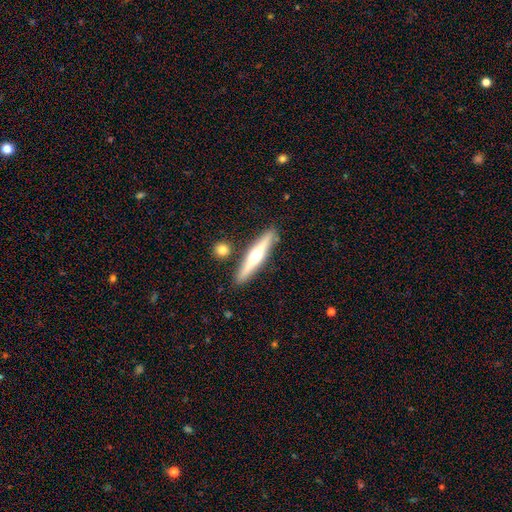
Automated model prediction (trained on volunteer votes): A featured or disk galaxy (62%) viewed edge-on (95%) with a rounded central bulge (93%). Merging: none (85%).